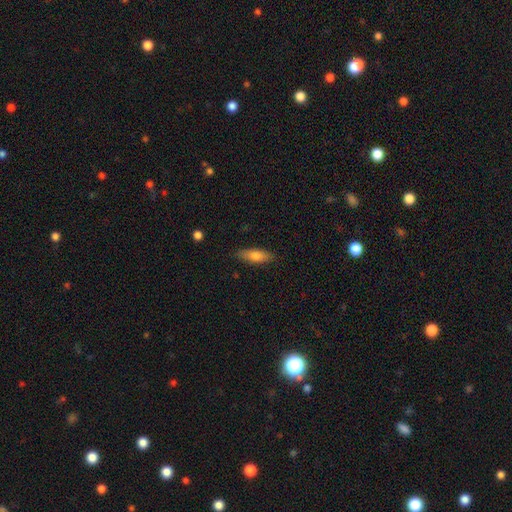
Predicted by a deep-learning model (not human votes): Smooth or featured? smooth (71%)
How rounded? in between (55%)
Merging? none (85%)